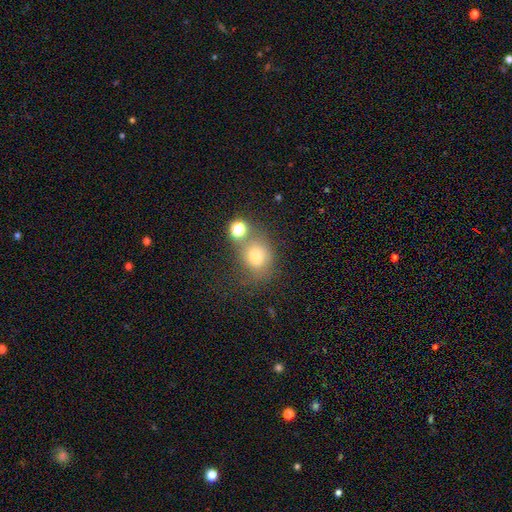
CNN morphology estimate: This is likely a smooth galaxy (73%). How rounded: likely round (65%). Merging: possibly none (47%).